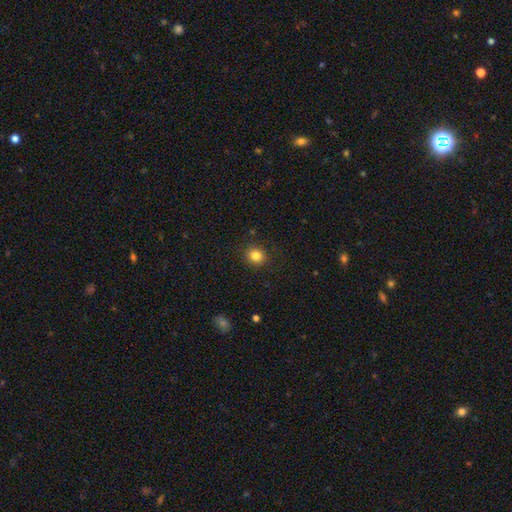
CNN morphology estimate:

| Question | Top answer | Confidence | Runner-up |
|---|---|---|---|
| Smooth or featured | smooth | 84% | star or artifact (11%) |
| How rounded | round | 82% | in between (17%) |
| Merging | none | 89% | minor disturbance (8%) |